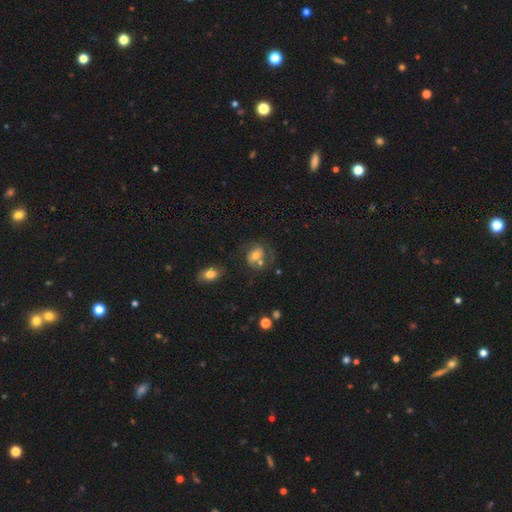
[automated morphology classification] This appears to be a smooth galaxy with no disk features (49%). Merging: none (39%).